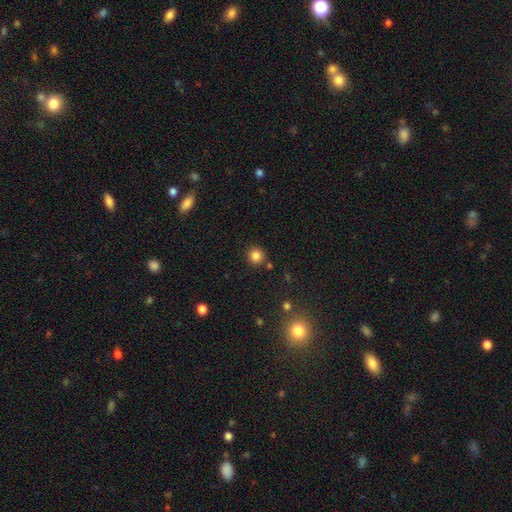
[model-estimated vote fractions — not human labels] Q: Smooth or featured?
A: smooth (83%); runner-up: star or artifact (12%)
Q: How rounded?
A: round (93%); runner-up: in between (6%)
Q: Merging?
A: none (87%); runner-up: minor disturbance (7%)